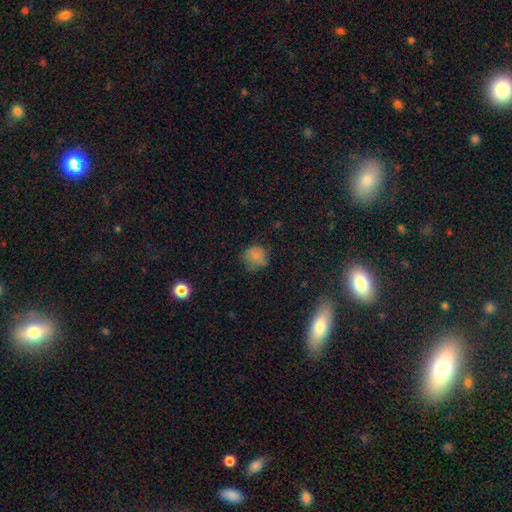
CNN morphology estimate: Q: Smooth or featured?
A: smooth (78%); runner-up: star or artifact (13%)
Q: How rounded?
A: round (84%); runner-up: in between (16%)
Q: Merging?
A: none (66%); runner-up: minor disturbance (24%)